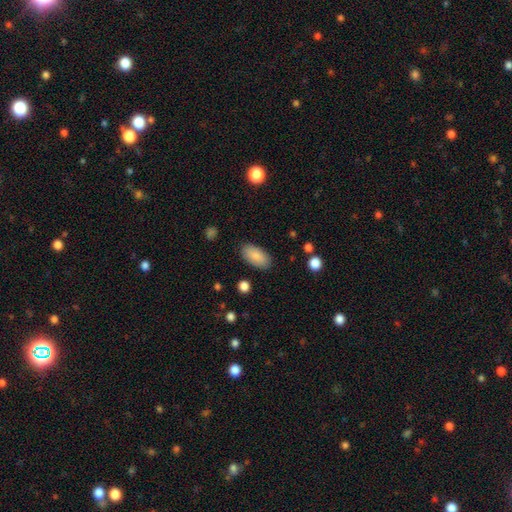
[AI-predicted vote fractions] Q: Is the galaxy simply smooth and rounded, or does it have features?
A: smooth — 86%.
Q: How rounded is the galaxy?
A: in between — 94%.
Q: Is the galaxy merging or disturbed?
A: none — 87%.